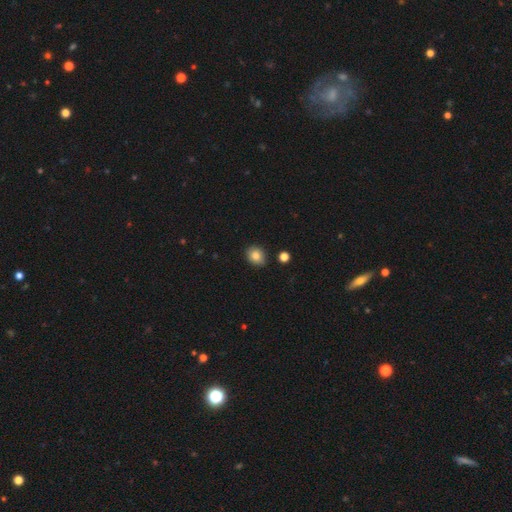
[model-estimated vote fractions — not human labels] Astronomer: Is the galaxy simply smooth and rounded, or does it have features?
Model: smooth — 82%.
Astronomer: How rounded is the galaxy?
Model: round — 62% (runner-up: in between, 37%).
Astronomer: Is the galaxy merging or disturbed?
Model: none — 84%.